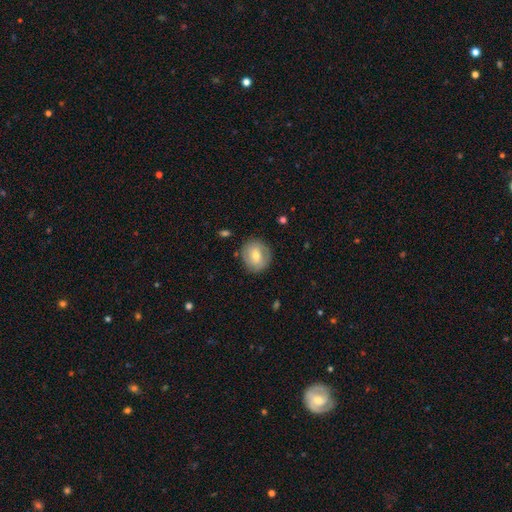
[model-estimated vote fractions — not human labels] This is possibly a smooth galaxy (59%). How rounded: clearly round (80%). Merging: clearly none (82%).